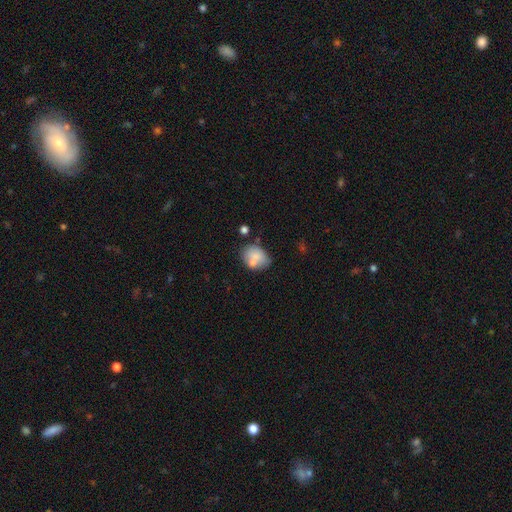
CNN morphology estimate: smooth-or-featured: smooth: 75% | featured or disk: 17% | star or artifact: 8%
  how-rounded: in between: 70% | round: 28% | cigar-shaped: 1%
  merging: none: 51% | minor disturbance: 21% | merger: 20% | major disturbance: 7%